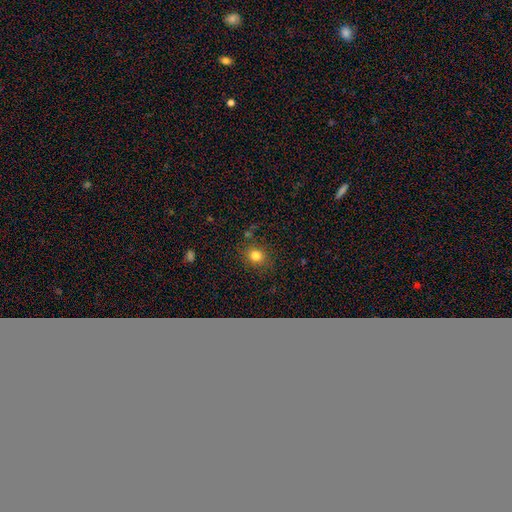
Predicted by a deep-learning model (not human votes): Smooth or featured?
  - smooth: 81% *
  - star or artifact: 13%
  - featured or disk: 7%
How rounded?
  - round: 69% *
  - in between: 30%
  - cigar-shaped: 1%
Merging?
  - none: 81% *
  - minor disturbance: 12%
  - major disturbance: 4%
  - merger: 3%